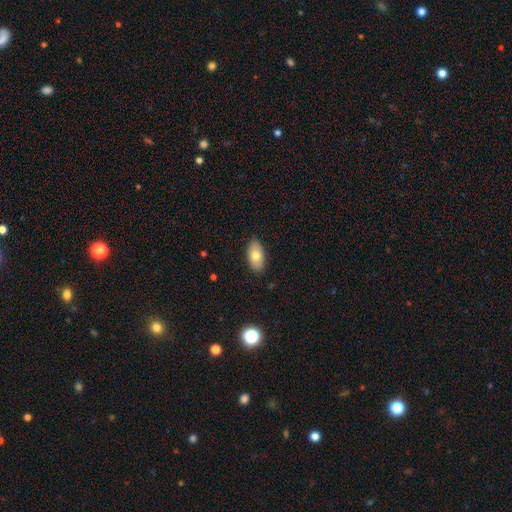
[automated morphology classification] Smooth or featured? Predicted: smooth (p=0.76). How rounded? Predicted: in between (p=0.93). Merging? Predicted: none (p=0.88).